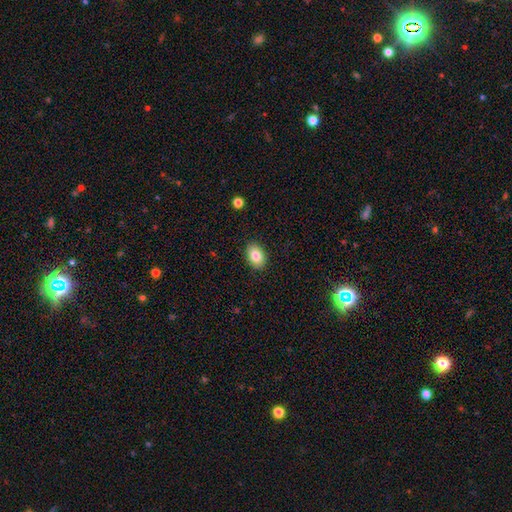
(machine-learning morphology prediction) A smooth galaxy with no disk features (84%) that is in between round and cigar-shaped (82%).

Vote fractions:
- Smooth or featured? smooth: 84% / star or artifact: 8% / featured or disk: 8%
- How rounded? in between: 82% / round: 17% / cigar-shaped: 1%
- Merging? none: 89% / minor disturbance: 8% / major disturbance: 2% / merger: 1%